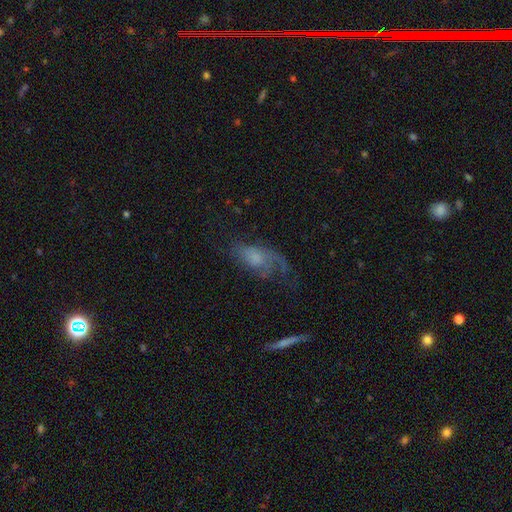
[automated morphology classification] Smooth or featured? featured or disk (58%)
Edge-on disk? no (88%)
Bar? no (76%)
Spiral arms? yes (75%)
Bulge size? moderate (36%)
Merging? none (43%)